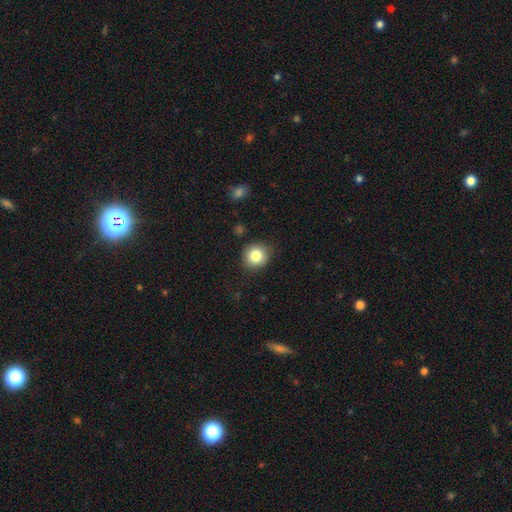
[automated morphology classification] Smooth or featured?
  - smooth: 83% *
  - star or artifact: 10%
  - featured or disk: 7%
How rounded?
  - round: 87% *
  - in between: 12%
  - cigar-shaped: 1%
Merging?
  - none: 85% *
  - minor disturbance: 10%
  - major disturbance: 2%
  - merger: 2%